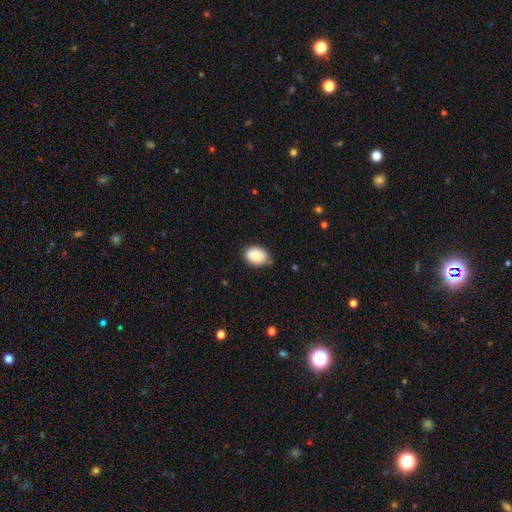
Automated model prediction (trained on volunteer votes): Overall: smooth (82%). How rounded: in between (73%). Merging: none (75%).